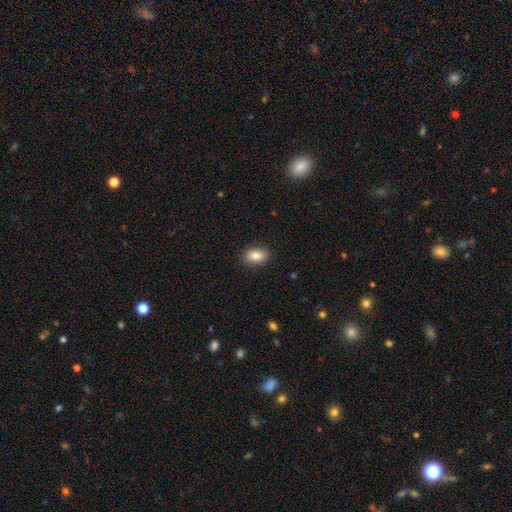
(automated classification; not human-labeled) A smooth galaxy with no disk features (87%) that is in between round and cigar-shaped (85%).

Vote fractions:
- Smooth or featured? smooth: 87% / star or artifact: 8% / featured or disk: 5%
- How rounded? in between: 85% / round: 14% / cigar-shaped: 1%
- Merging? none: 89% / minor disturbance: 8% / major disturbance: 2% / merger: 1%